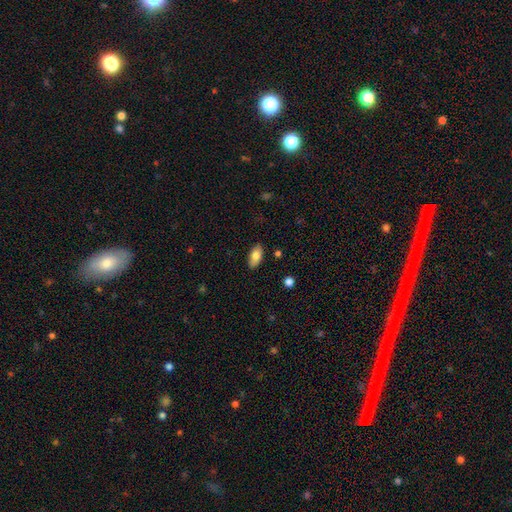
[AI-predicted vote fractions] Smooth or featured?
  - smooth: 79% *
  - featured or disk: 14%
  - star or artifact: 7%
How rounded?
  - in between: 90% *
  - cigar-shaped: 7%
  - round: 3%
Merging?
  - none: 88% *
  - minor disturbance: 9%
  - major disturbance: 2%
  - merger: 1%